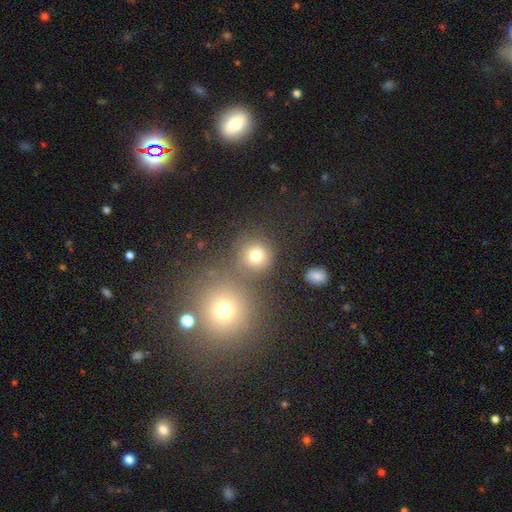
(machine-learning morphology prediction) This is likely a smooth galaxy (72%). How rounded: clearly round (87%). Merging: likely none (64%).